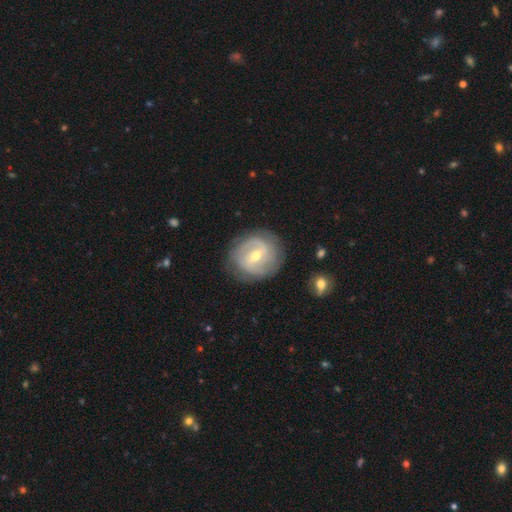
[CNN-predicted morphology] smooth-or-featured: featured or disk: 79% | smooth: 16% | star or artifact: 5%
  disk-edge-on: no: 97% | yes: 3%
    bar: weak: 52% | strong: 29% | no: 19%
    has-spiral-arms: yes: 88% | no: 12%
      spiral-winding: tight: 46% | medium: 38% | loose: 16%
      spiral-arm-count: 2: 61% | can't tell: 20% | 3: 10% | 1: 4% | 4: 3% | more than 4: 2%
    bulge-size: moderate: 55% | small: 42% | large: 2% | none: 1% | dominant: 1%
  merging: none: 81% | minor disturbance: 13% | major disturbance: 5% | merger: 1%